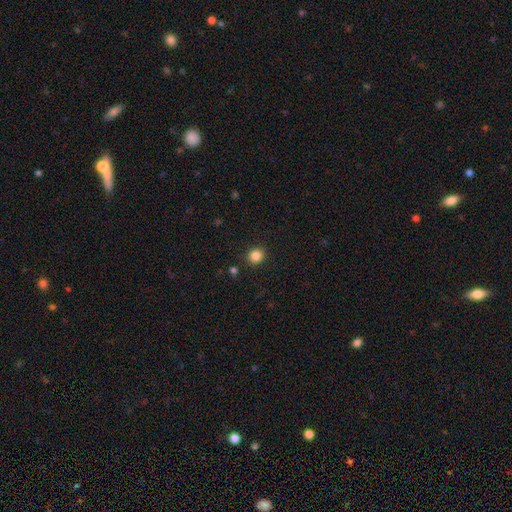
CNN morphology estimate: Smooth or featured? smooth (84%)
How rounded? round (83%)
Merging? none (91%)